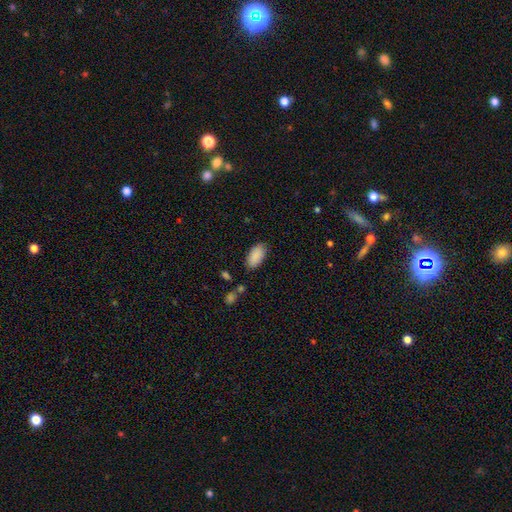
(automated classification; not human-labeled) Smooth or featured? smooth (90%)
How rounded? in between (94%)
Merging? none (83%)